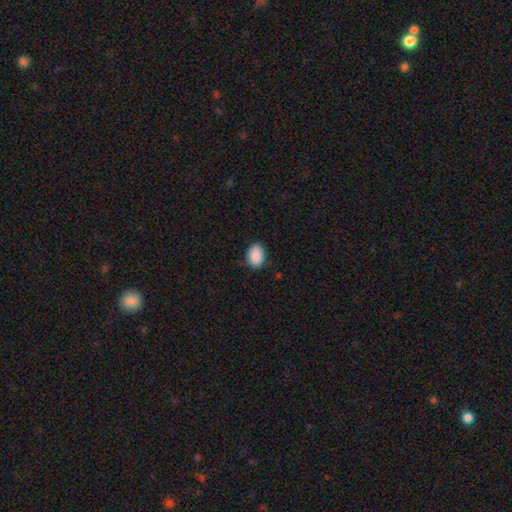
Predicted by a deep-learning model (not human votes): smooth 90%, star or artifact 7%, featured or disk 3%. Down the decision tree: how rounded — in between (84%); merging — none (83%).